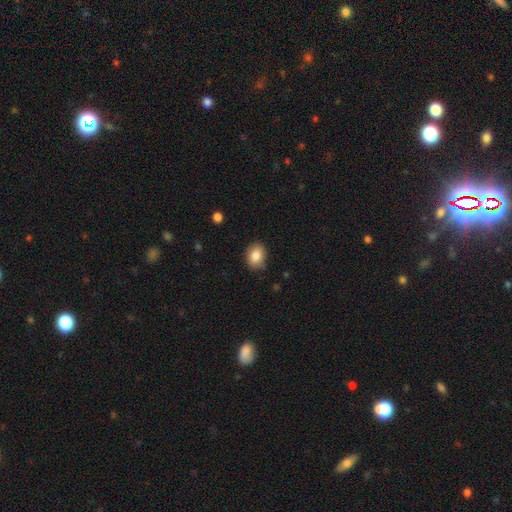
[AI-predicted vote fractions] smooth_or_featured: smooth (p=0.85) [alt: star or artifact p=0.08]
how_rounded: in between (p=0.58) [alt: round p=0.41]
merging: none (p=0.82) [alt: minor disturbance p=0.14]